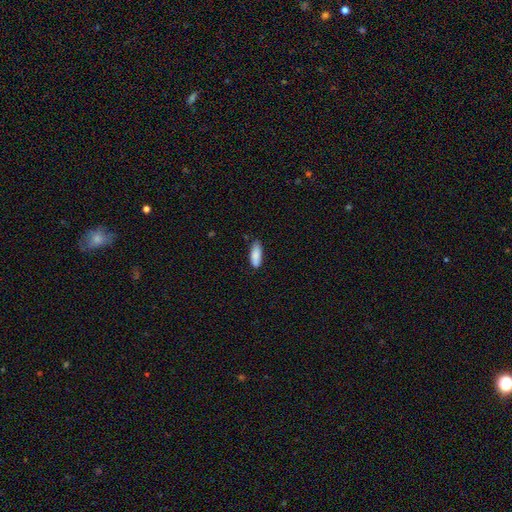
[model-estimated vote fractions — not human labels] Overall: smooth (86%). How rounded: in between (72%). Merging: none (77%).